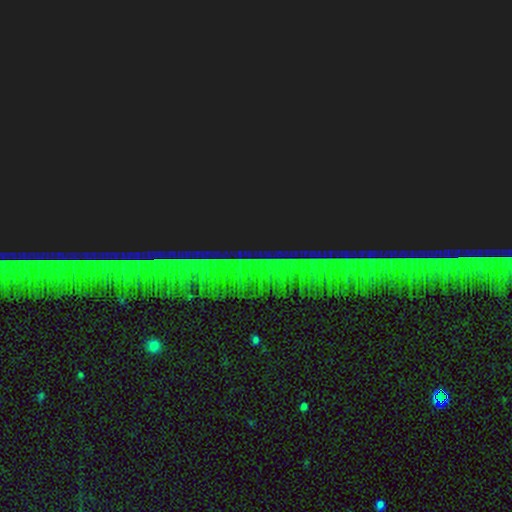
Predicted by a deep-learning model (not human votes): Smooth or featured? star or artifact (85%)